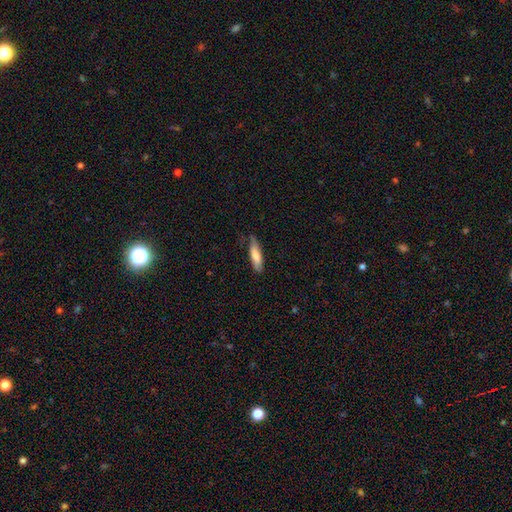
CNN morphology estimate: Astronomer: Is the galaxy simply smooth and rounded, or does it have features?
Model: smooth — 75%.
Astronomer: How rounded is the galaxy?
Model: cigar-shaped — 69%.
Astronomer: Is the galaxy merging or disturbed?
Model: none — 69%.